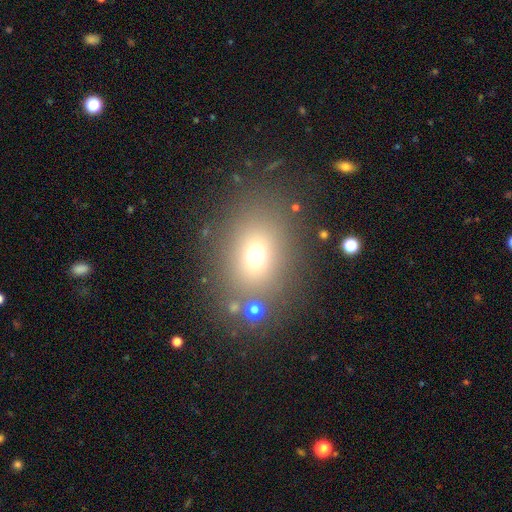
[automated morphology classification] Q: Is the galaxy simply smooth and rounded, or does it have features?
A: smooth — 68%.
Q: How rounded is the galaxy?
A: round — 51%.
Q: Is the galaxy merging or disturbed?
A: none — 78%.